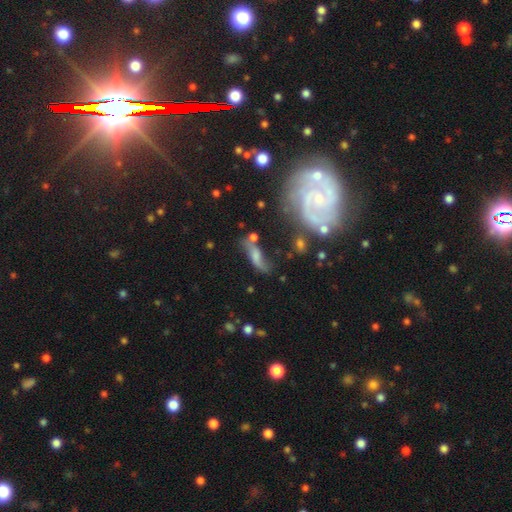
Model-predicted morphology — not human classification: Smooth or featured? Predicted: featured or disk (p=0.45). Merging? Predicted: none (p=0.45).